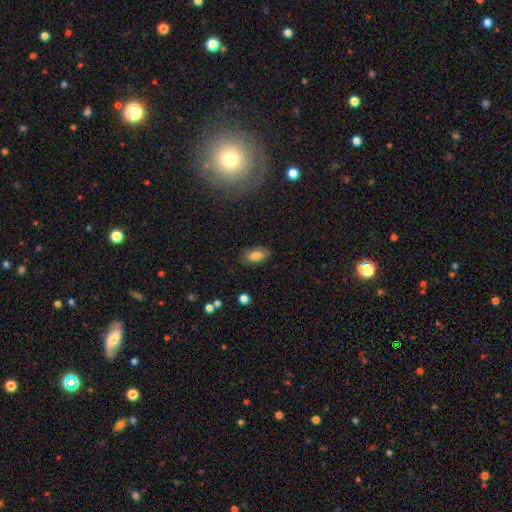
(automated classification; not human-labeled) Smooth or featured? Predicted: smooth (p=0.81). How rounded? Predicted: in between (p=0.92). Merging? Predicted: none (p=0.84).